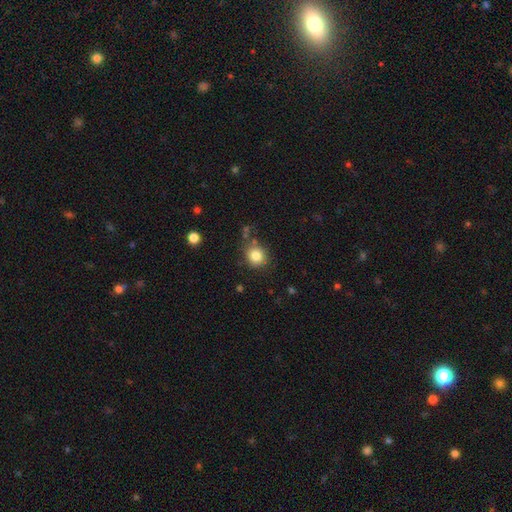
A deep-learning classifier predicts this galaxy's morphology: Overall: smooth (83%). How rounded: round (83%). Merging: none (76%).